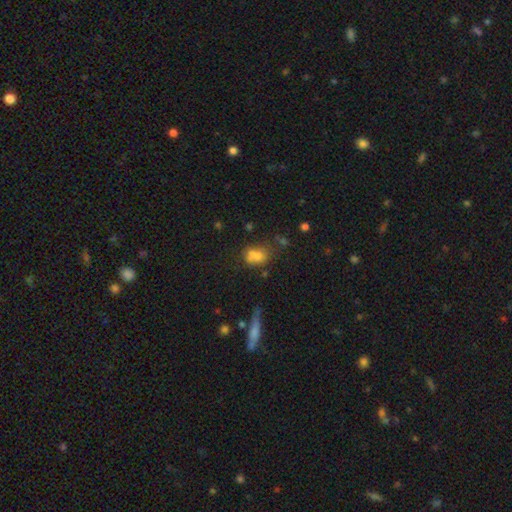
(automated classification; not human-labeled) A smooth galaxy with no disk features (66%) that is in between round and cigar-shaped (60%).

Vote fractions:
- Smooth or featured? smooth: 66% / featured or disk: 19% / star or artifact: 16%
- How rounded? in between: 60% / round: 38% / cigar-shaped: 2%
- Merging? merger: 39% / none: 33% / minor disturbance: 16% / major disturbance: 12%